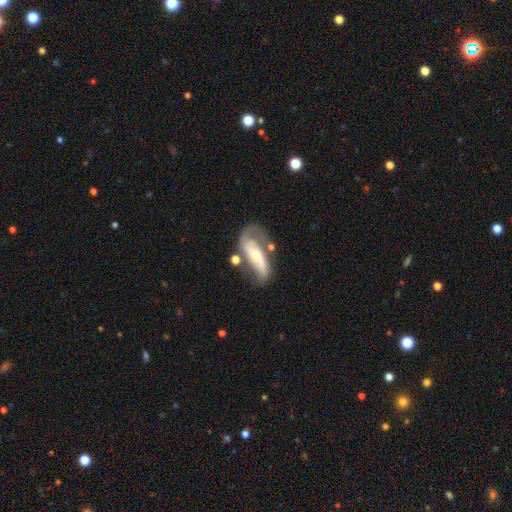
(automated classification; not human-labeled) featured or disk 74%, smooth 20%, star or artifact 6%. Down the decision tree: edge-on disk — no (90%); bar — no (46%); spiral arms — yes (85%); spiral arm count — 2 (74%); spiral winding — loose (41%); bulge size — small (48%); merging — none (50%).